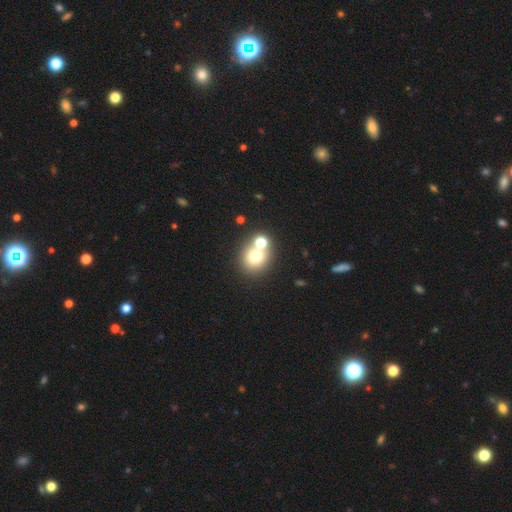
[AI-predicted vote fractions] Smooth or featured? smooth (70%)
How rounded? round (78%)
Merging? none (54%)